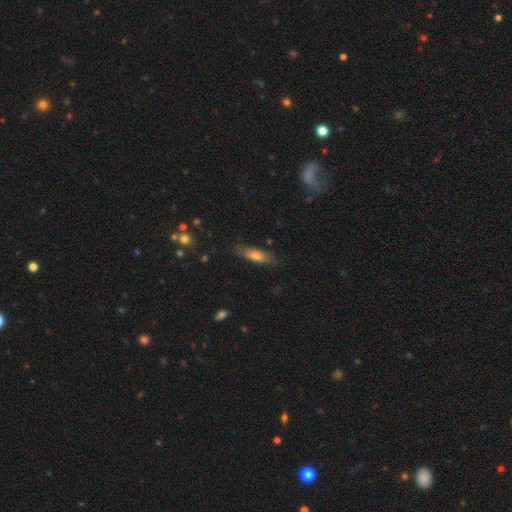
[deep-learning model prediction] smooth 61%, featured or disk 30%, star or artifact 9%. Down the decision tree: how rounded — cigar-shaped (60%); merging — none (81%).